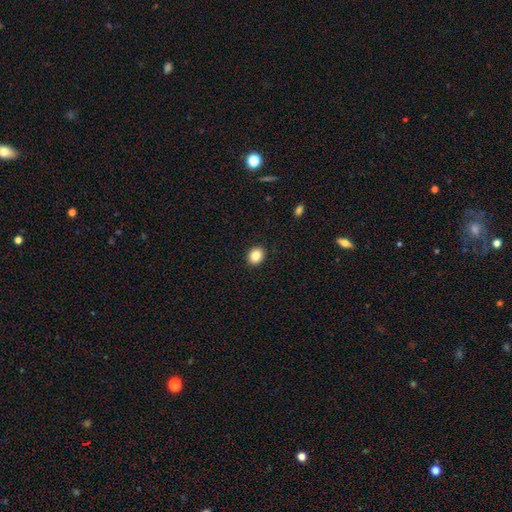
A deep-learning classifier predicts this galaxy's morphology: smooth_or_featured: smooth (p=0.84) [alt: star or artifact p=0.10]
how_rounded: round (p=0.64) [alt: in between p=0.35]
merging: none (p=0.92) [alt: minor disturbance p=0.06]